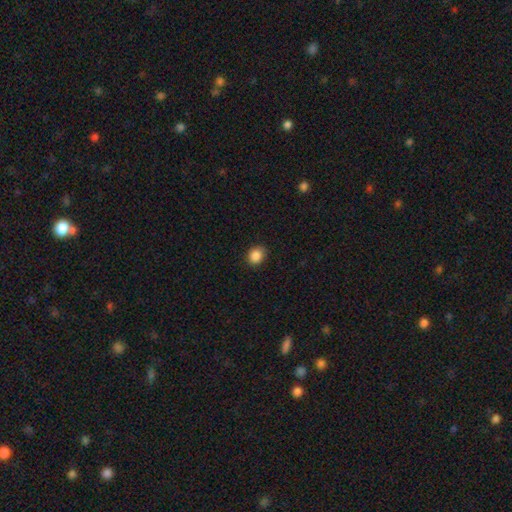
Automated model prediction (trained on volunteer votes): This is clearly a smooth galaxy (87%). How rounded: likely round (62%). Merging: clearly none (88%).